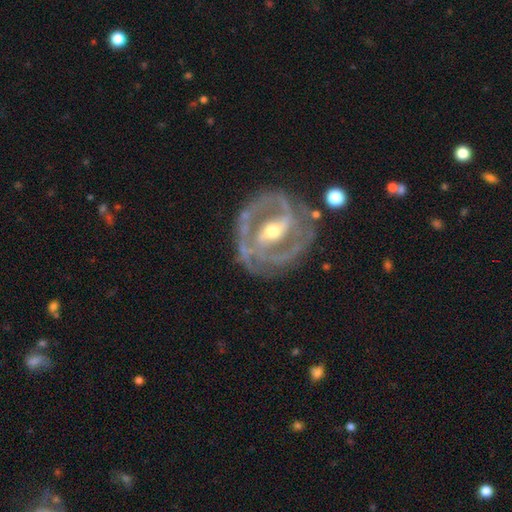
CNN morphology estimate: Smooth or featured?
  - featured or disk: 90% *
  - smooth: 5%
  - star or artifact: 5%
Edge-on disk?
  - no: 96% *
  - yes: 4%
Bar?
  - strong: 60% *
  - weak: 27%
  - no: 12%
Spiral arms?
  - yes: 93% *
  - no: 7%
Spiral winding?
  - tight: 58% *
  - medium: 35%
  - loose: 7%
Spiral arm count?
  - 2: 65% *
  - 3: 15%
  - can't tell: 10%
  - 1: 4%
  - 4: 3%
  - more than 4: 3%
Bulge size?
  - moderate: 57% *
  - small: 39%
  - large: 3%
  - none: 1%
  - dominant: 1%
Merging?
  - none: 75% *
  - minor disturbance: 16%
  - major disturbance: 7%
  - merger: 2%